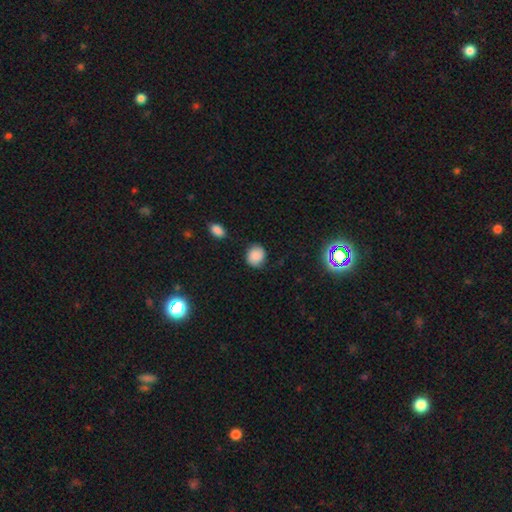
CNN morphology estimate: Smooth or featured? smooth (79%)
How rounded? round (78%)
Merging? none (77%)